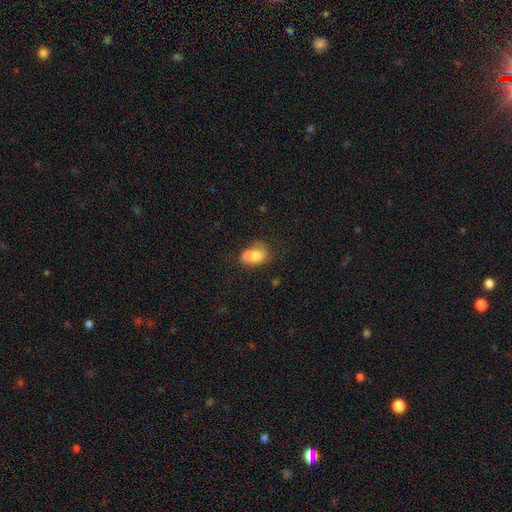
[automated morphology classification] A smooth galaxy with no disk features (69%) that is in between round and cigar-shaped (74%). Merging: merger (50%).